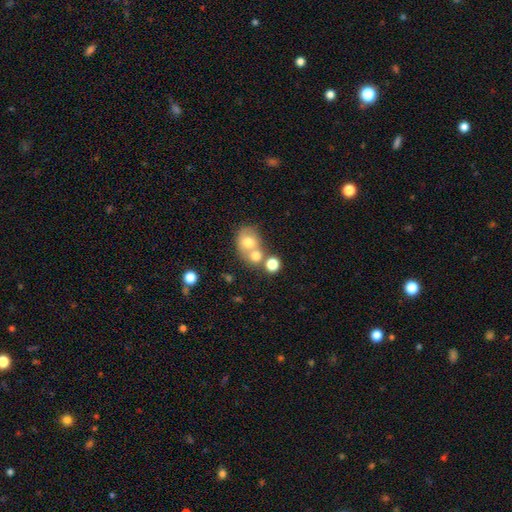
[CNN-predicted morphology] Overall: smooth (70%). How rounded: round (66%; in between 33%). Merging: merger (52%; none 35%).